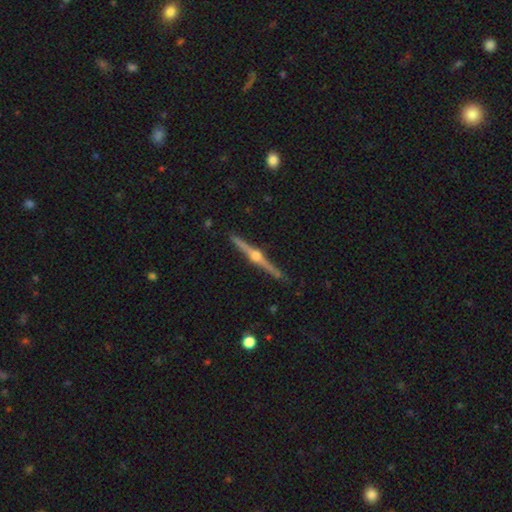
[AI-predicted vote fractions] smooth_or_featured: featured or disk (p=0.89) [alt: smooth p=0.06]
disk_edge_on: yes (p=0.99) [alt: no p=0.01]
edge_on_bulge: rounded (p=0.96) [alt: boxy p=0.02]
merging: none (p=0.92) [alt: minor disturbance p=0.06]